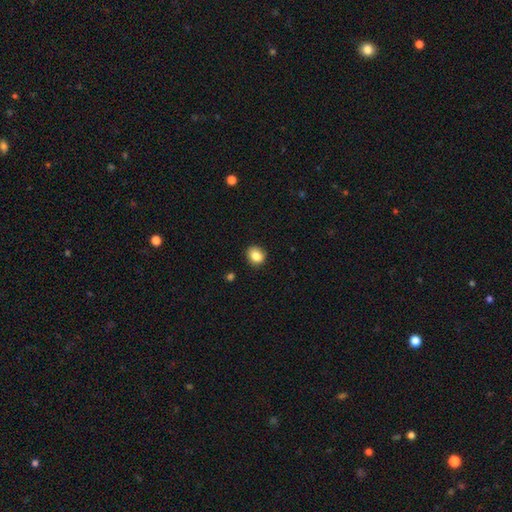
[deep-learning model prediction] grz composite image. It shows a smooth galaxy with no disk features (85%) that is round (65%). Merging: none (88%).